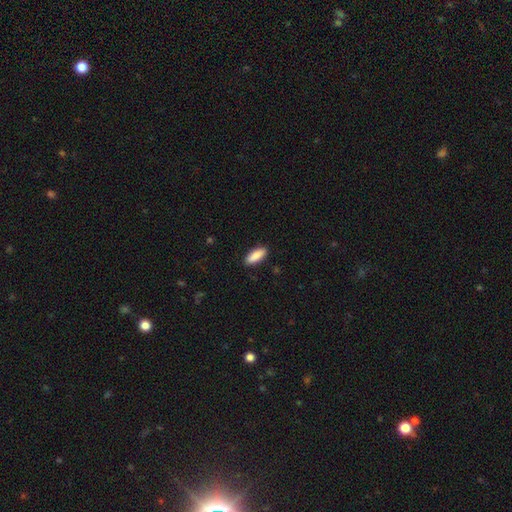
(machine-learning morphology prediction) A smooth galaxy with no disk features (89%) that is in between round and cigar-shaped (72%).

Vote fractions:
- Smooth or featured? smooth: 89% / star or artifact: 6% / featured or disk: 5%
- How rounded? in between: 72% / cigar-shaped: 27% / round: 2%
- Merging? none: 90% / minor disturbance: 8% / major disturbance: 2% / merger: 1%